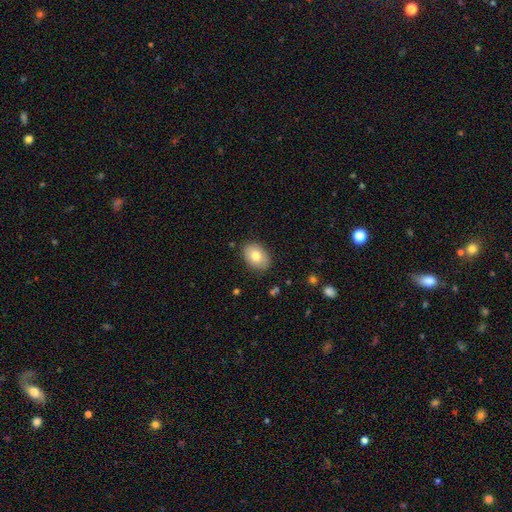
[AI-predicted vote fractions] Morphology: type=smooth (78%); roundness=in between (82%); merging=none (86%).